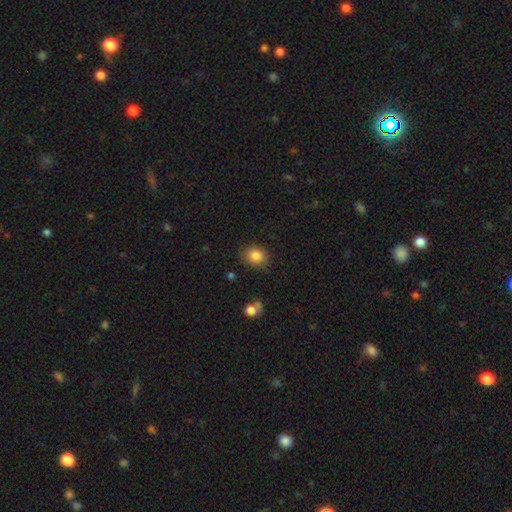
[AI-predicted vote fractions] A smooth galaxy with no disk features (85%) that is in between round and cigar-shaped (52%).

Vote fractions:
- Smooth or featured? smooth: 85% / star or artifact: 10% / featured or disk: 6%
- How rounded? in between: 52% / round: 47% / cigar-shaped: 1%
- Merging? none: 81% / minor disturbance: 14% / major disturbance: 4% / merger: 2%